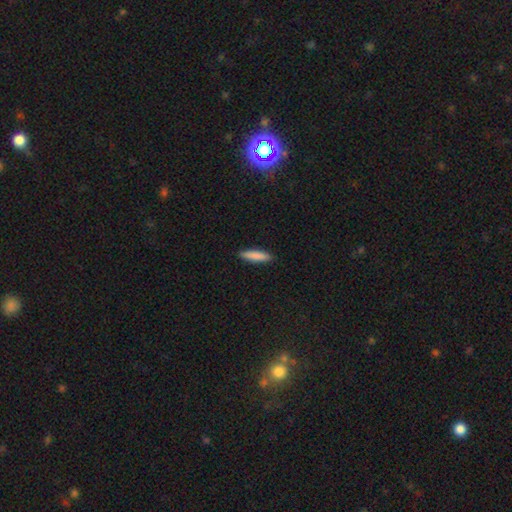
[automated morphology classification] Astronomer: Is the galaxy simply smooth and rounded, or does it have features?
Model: smooth — 86%.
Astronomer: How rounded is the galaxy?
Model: cigar-shaped — 79%.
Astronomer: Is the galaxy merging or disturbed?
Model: none — 89%.